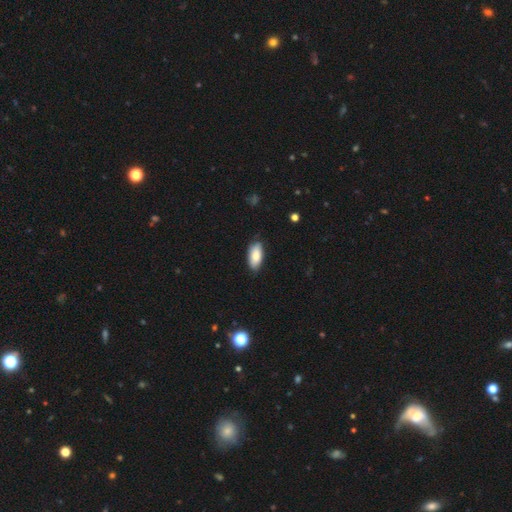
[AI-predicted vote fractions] smooth_or_featured: smooth (p=0.84) [alt: featured or disk p=0.10]
how_rounded: in between (p=0.90) [alt: cigar-shaped p=0.08]
merging: none (p=0.77) [alt: minor disturbance p=0.19]